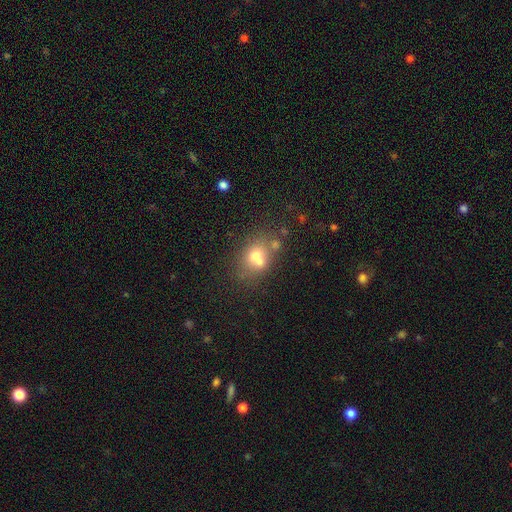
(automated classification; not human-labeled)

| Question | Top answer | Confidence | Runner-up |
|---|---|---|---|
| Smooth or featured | smooth | 62% | featured or disk (23%) |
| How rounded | round | 53% | in between (45%) |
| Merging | merger | 43% | none (40%) |